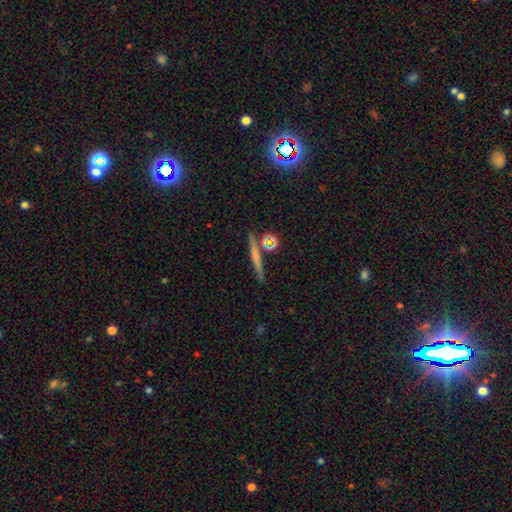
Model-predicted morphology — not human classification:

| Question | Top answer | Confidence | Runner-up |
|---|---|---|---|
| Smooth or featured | smooth | 54% | featured or disk (35%) |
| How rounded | cigar-shaped | 89% | round (6%) |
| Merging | none | 83% | minor disturbance (9%) |